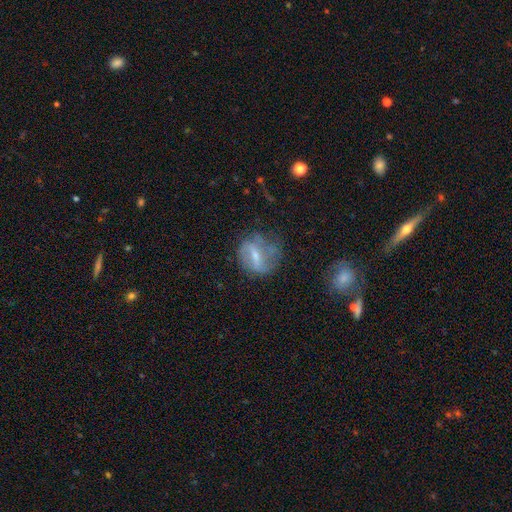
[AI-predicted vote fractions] Smooth or featured? featured or disk (60%)
Edge-on disk? no (93%)
Bar? strong (42%)
Spiral arms? yes (57%)
Bulge size? small (49%)
Merging? none (52%)